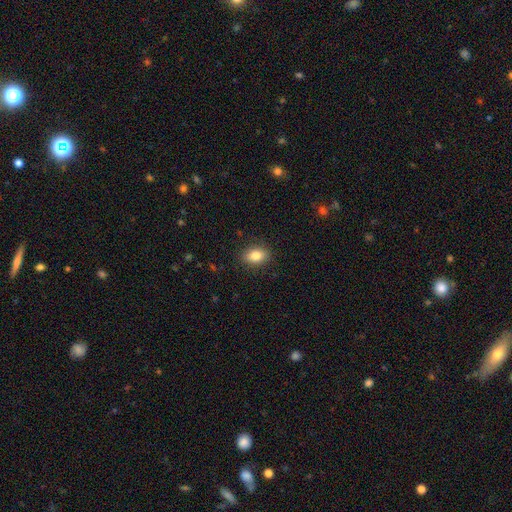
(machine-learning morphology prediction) Smooth or featured? Predicted: smooth (p=0.85). How rounded? Predicted: in between (p=0.79). Merging? Predicted: none (p=0.88).